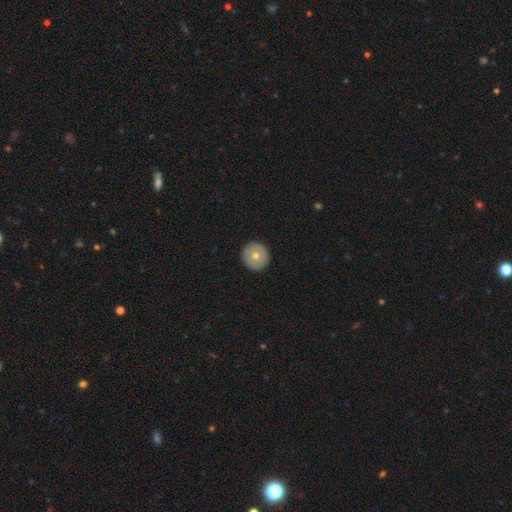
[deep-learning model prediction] Smooth or featured? smooth (62%)
How rounded? round (92%)
Merging? none (92%)